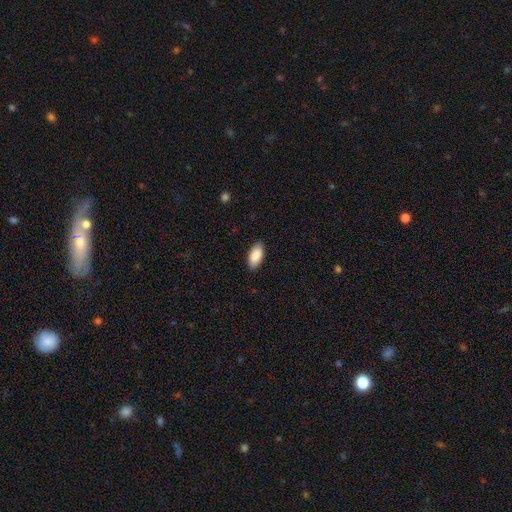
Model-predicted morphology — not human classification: Smooth or featured? Predicted: smooth (p=0.87). How rounded? Predicted: in between (p=0.92). Merging? Predicted: none (p=0.88).